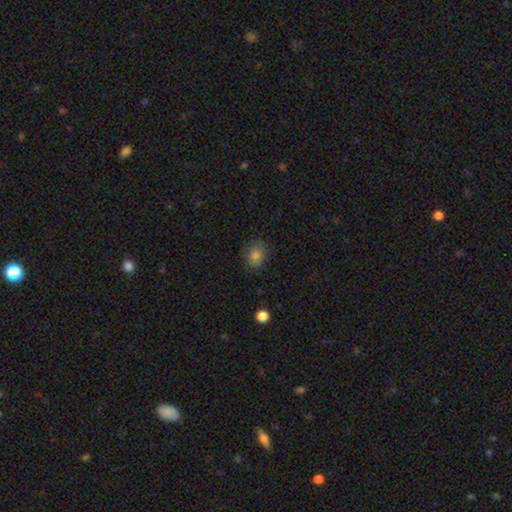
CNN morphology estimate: Overall: smooth (81%). How rounded: round (56%; in between 43%). Merging: none (79%).